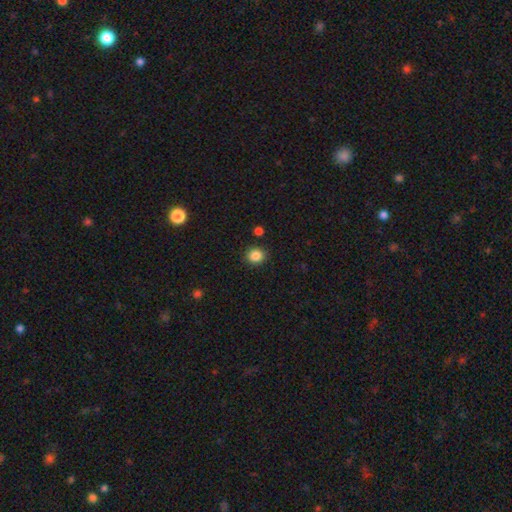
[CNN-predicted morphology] Q: Smooth or featured?
A: smooth (86%); runner-up: star or artifact (11%)
Q: How rounded?
A: round (83%); runner-up: in between (16%)
Q: Merging?
A: none (89%); runner-up: minor disturbance (7%)